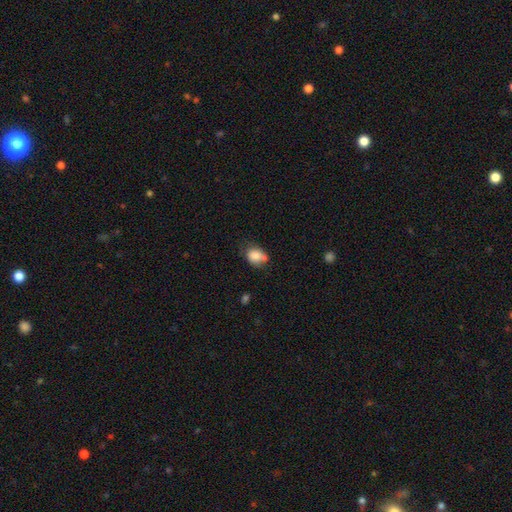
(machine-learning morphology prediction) smooth_or_featured: smooth (p=0.81) [alt: featured or disk p=0.10]
how_rounded: in between (p=0.61) [alt: round p=0.37]
merging: none (p=0.44) [alt: minor disturbance p=0.33]